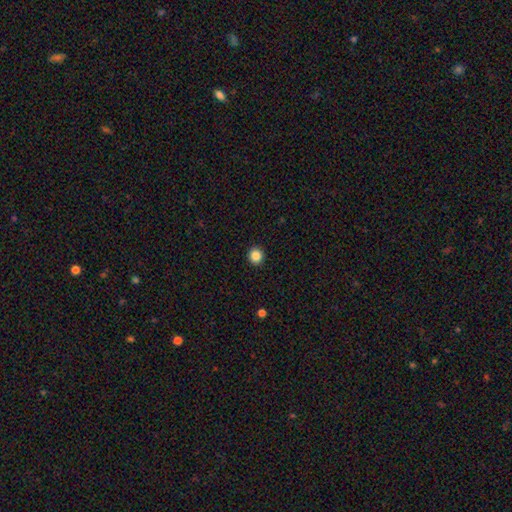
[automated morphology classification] type=smooth (86%); roundness=round (89%); merging=none (93%).